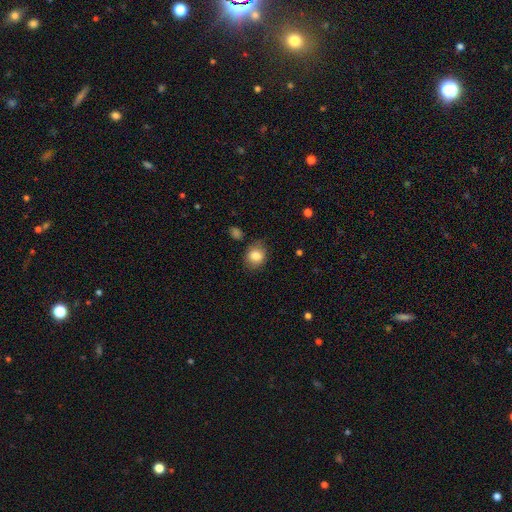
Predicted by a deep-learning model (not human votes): Morphology: type=smooth (83%); roundness=round (64%); merging=none (77%).